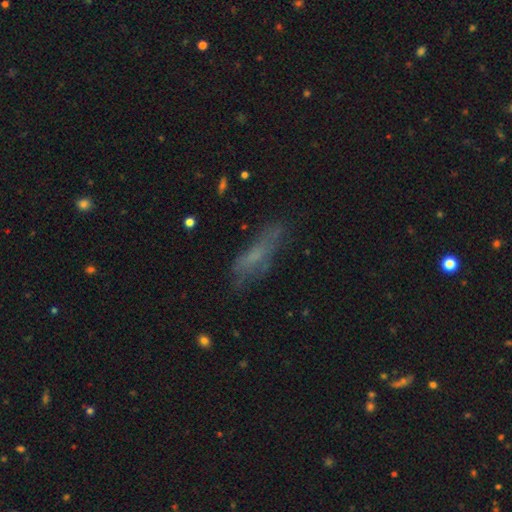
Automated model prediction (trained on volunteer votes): Smooth or featured: smooth — 51% (featured or disk — 34%)
How rounded: cigar-shaped — 60% (in between — 37%)
Merging: none — 61% (minor disturbance — 23%)